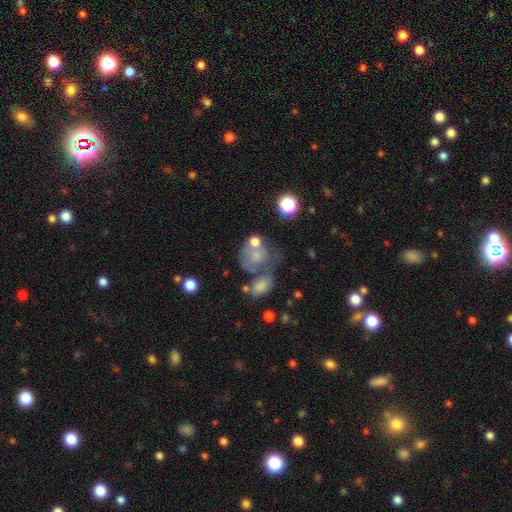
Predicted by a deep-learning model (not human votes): A smooth galaxy with no disk features (57%) that is round (60%).

Vote fractions:
- Smooth or featured? smooth: 57% / featured or disk: 29% / star or artifact: 13%
- How rounded? round: 60% / in between: 39% / cigar-shaped: 1%
- Merging? merger: 35% / none: 26% / major disturbance: 22% / minor disturbance: 17%